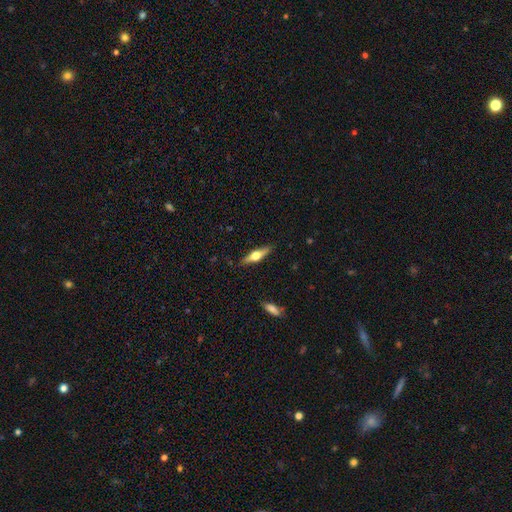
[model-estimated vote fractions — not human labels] smooth-or-featured: featured or disk: 57% | smooth: 37% | star or artifact: 6%
  disk-edge-on: yes: 94% | no: 6%
    edge-on-bulge: rounded: 94% | boxy: 4% | none: 2%
  merging: none: 87% | minor disturbance: 9% | major disturbance: 2% | merger: 1%